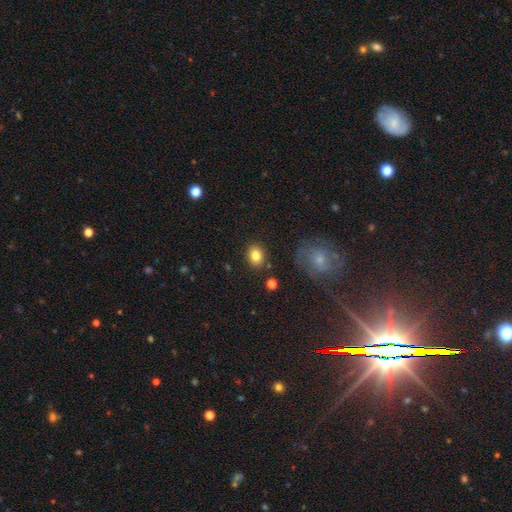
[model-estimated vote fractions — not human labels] Smooth or featured: smooth — 82% (star or artifact — 10%)
How rounded: in between — 56% (round — 43%)
Merging: none — 85% (minor disturbance — 9%)